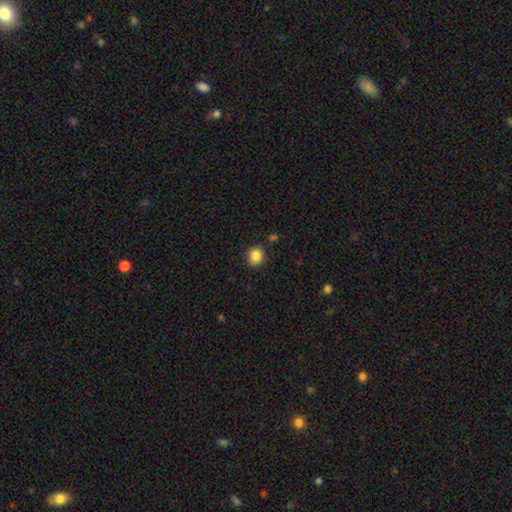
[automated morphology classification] Smooth or featured?
  - smooth: 86% *
  - star or artifact: 10%
  - featured or disk: 4%
How rounded?
  - round: 85% *
  - in between: 14%
  - cigar-shaped: 1%
Merging?
  - none: 87% *
  - minor disturbance: 8%
  - merger: 2%
  - major disturbance: 2%